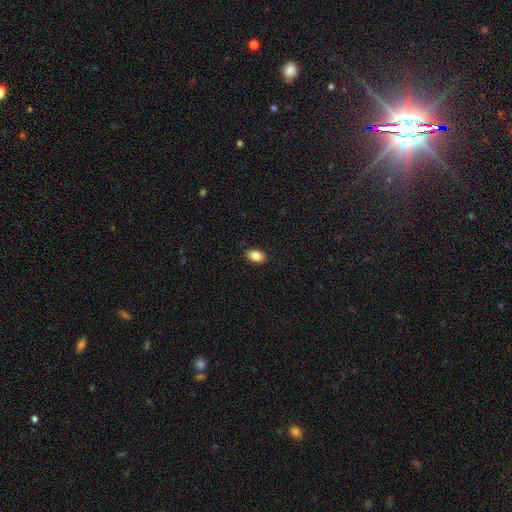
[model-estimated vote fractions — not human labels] Morphology: type=smooth (86%); roundness=in between (89%); merging=none (88%).